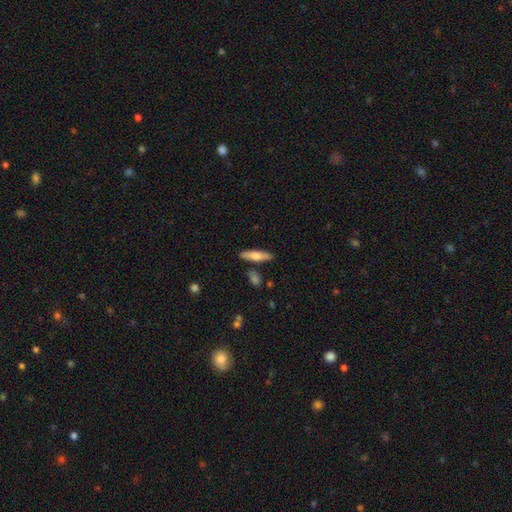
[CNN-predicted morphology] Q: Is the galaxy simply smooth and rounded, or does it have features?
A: smooth — 68%.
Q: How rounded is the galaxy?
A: cigar-shaped — 74%.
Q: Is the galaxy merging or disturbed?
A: none — 83%.